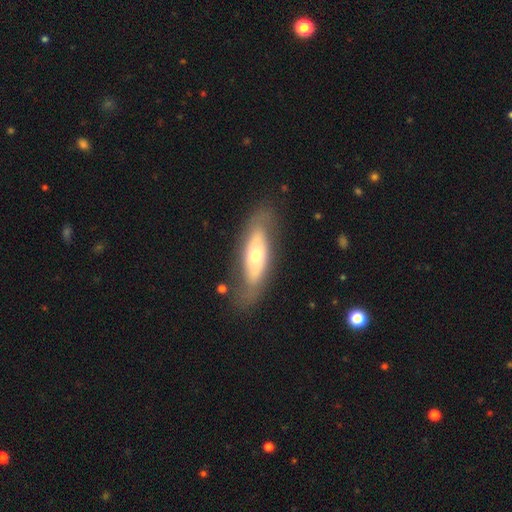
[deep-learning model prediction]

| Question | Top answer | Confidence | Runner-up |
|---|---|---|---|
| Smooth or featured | featured or disk | 54% | smooth (40%) |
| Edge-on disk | no | 73% | yes (27%) |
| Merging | none | 72% | minor disturbance (18%) |